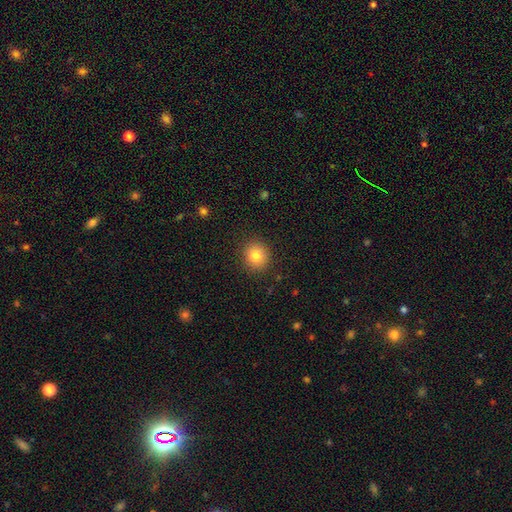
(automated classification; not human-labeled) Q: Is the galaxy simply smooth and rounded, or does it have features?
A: smooth — 81%.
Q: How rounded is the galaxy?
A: round — 84%.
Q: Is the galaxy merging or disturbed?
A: none — 90%.